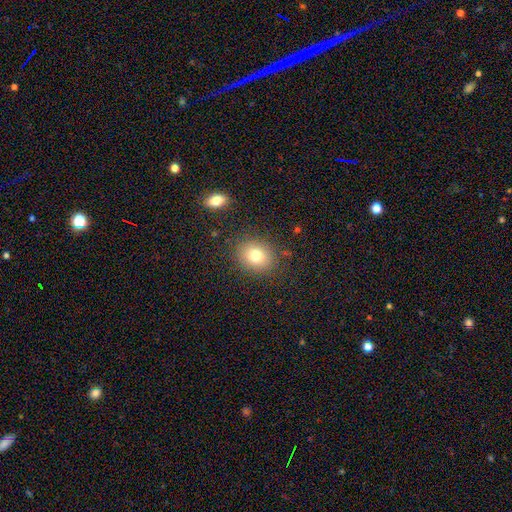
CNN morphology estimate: This is likely a smooth galaxy (78%). How rounded: likely round (64%). Merging: clearly none (85%).